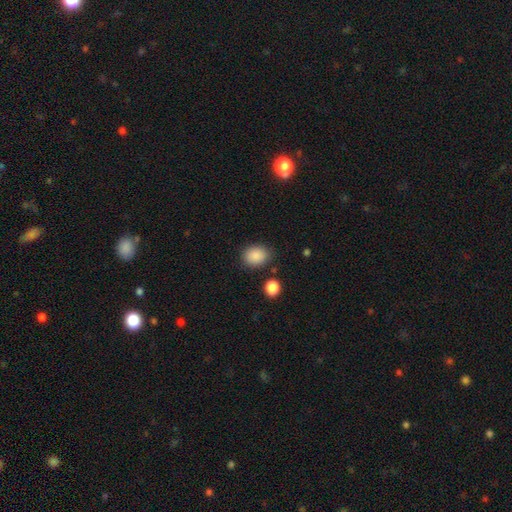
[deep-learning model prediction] This is clearly a smooth galaxy (88%). How rounded: possibly in between (56%). Merging: clearly none (83%).